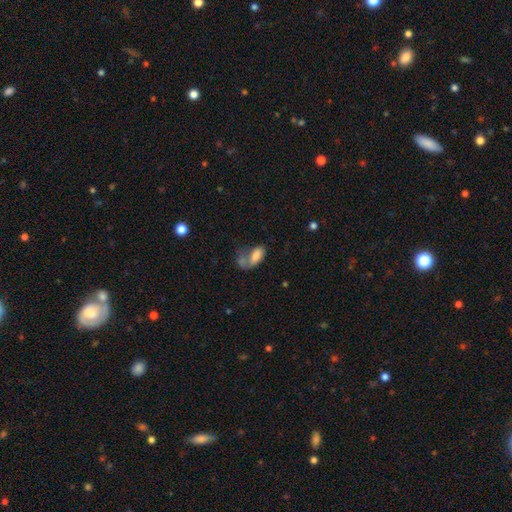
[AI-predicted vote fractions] Overall: smooth (71%). How rounded: in between (87%). Merging: merger (33%; none 26%).